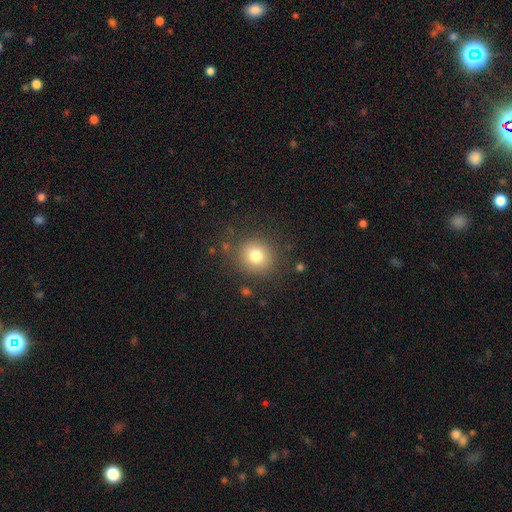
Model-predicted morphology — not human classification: A smooth galaxy with no disk features (78%) that is round (89%).

Vote fractions:
- Smooth or featured? smooth: 78% / star or artifact: 13% / featured or disk: 10%
- How rounded? round: 89% / in between: 10% / cigar-shaped: 1%
- Merging? none: 84% / minor disturbance: 10% / major disturbance: 5% / merger: 2%